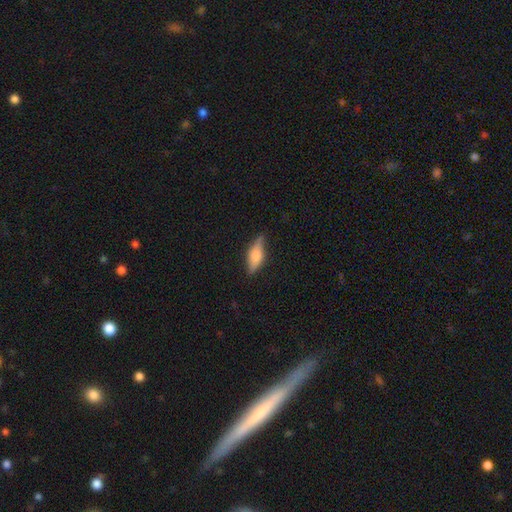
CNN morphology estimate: Overall: smooth (64%; featured or disk 29%). How rounded: in between (63%; cigar-shaped 34%). Merging: none (75%).